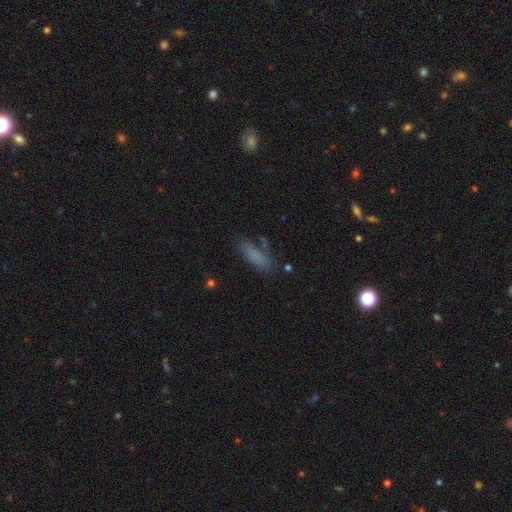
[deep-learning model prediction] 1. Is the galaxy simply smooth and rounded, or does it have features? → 78% smooth, 11% featured or disk, 11% star or artifact.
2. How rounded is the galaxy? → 54% in between, 43% cigar-shaped, 3% round.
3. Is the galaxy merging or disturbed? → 69% none, 19% minor disturbance, 8% major disturbance, 5% merger.